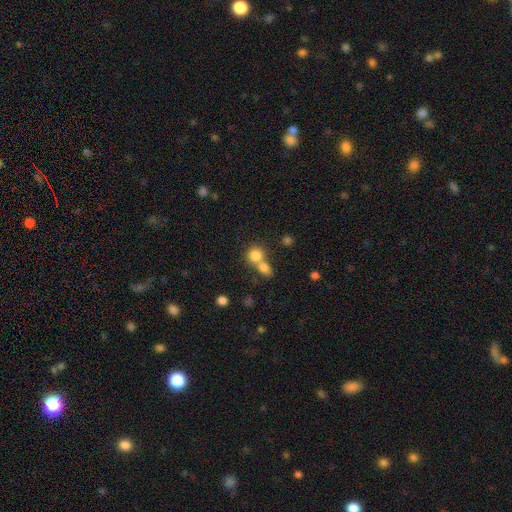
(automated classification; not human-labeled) Q: Smooth or featured?
A: smooth (81%); runner-up: star or artifact (11%)
Q: How rounded?
A: round (76%); runner-up: in between (23%)
Q: Merging?
A: merger (51%); runner-up: none (38%)